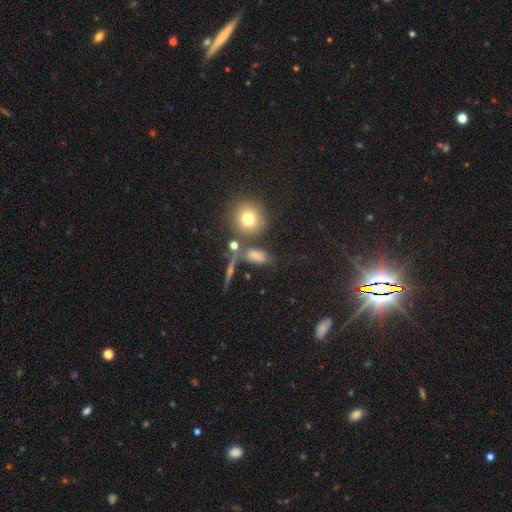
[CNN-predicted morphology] Overall: smooth (67%). How rounded: in between (62%; round 24%). Merging: none (50%; merger 20%).